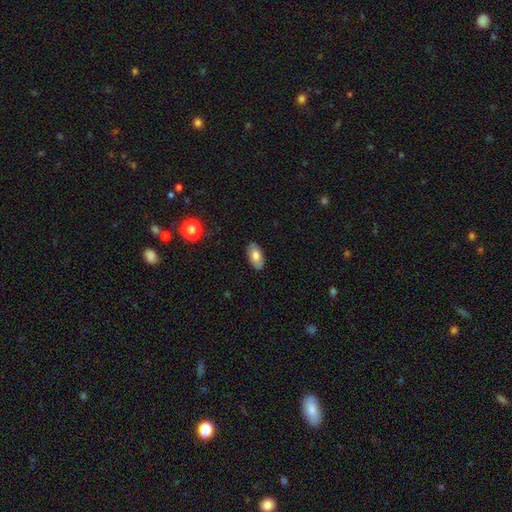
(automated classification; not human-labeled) A smooth galaxy with no disk features (76%) that is in between round and cigar-shaped (94%).

Vote fractions:
- Smooth or featured? smooth: 76% / featured or disk: 17% / star or artifact: 7%
- How rounded? in between: 94% / cigar-shaped: 3% / round: 3%
- Merging? none: 88% / minor disturbance: 9% / major disturbance: 2% / merger: 1%